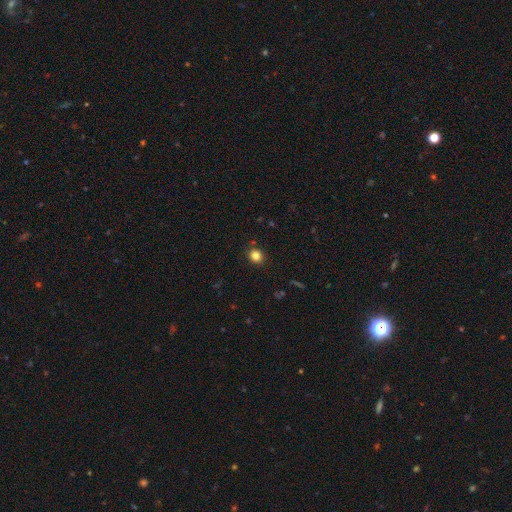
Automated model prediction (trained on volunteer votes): smooth-or-featured: smooth: 83% | star or artifact: 12% | featured or disk: 4%
  how-rounded: round: 80% | in between: 19% | cigar-shaped: 1%
  merging: none: 89% | minor disturbance: 8% | major disturbance: 2% | merger: 1%